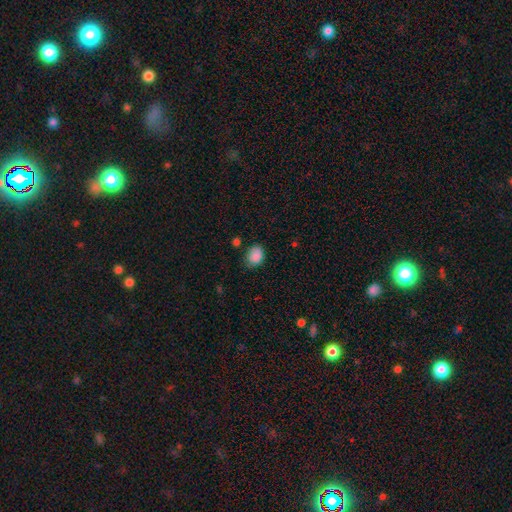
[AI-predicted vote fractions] This appears to be a smooth galaxy with no disk features (87%) that is in between round and cigar-shaped (61%). Merging: none (71%).